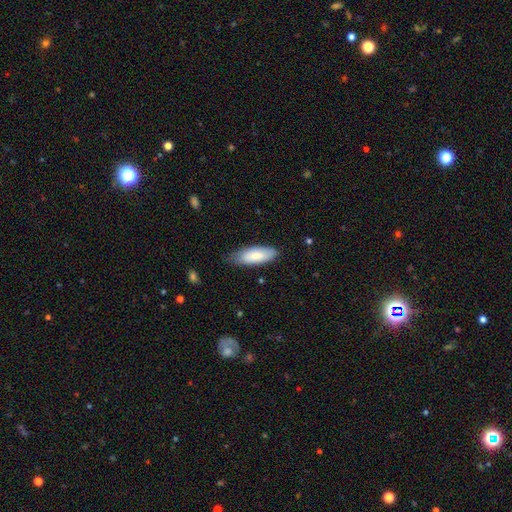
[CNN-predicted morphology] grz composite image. It shows a smooth galaxy with no disk features (80%) that is in between round and cigar-shaped (74%). Merging: none (68%).